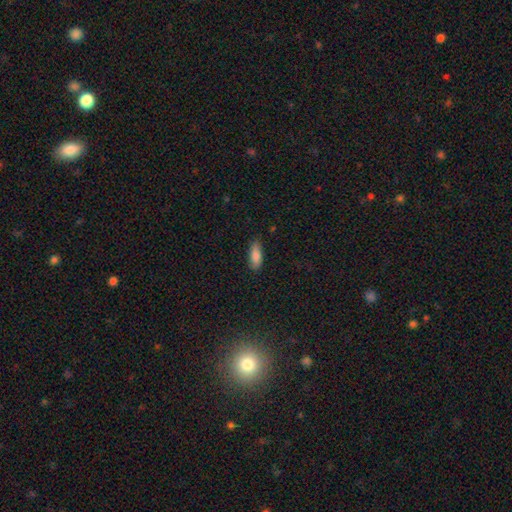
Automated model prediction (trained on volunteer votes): Smooth or featured? smooth (85%)
How rounded? in between (74%)
Merging? none (81%)